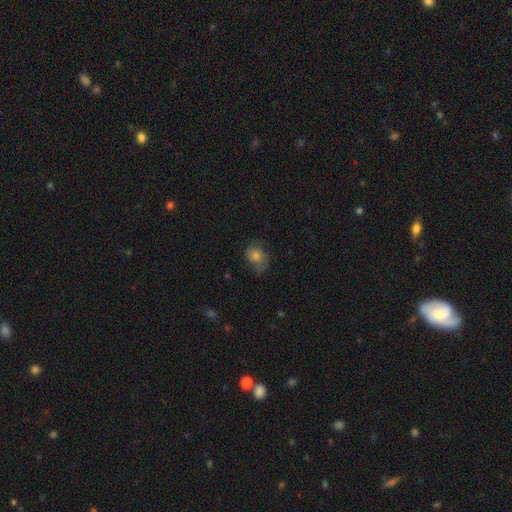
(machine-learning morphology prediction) A smooth galaxy with no disk features (61%) that is in between round and cigar-shaped (55%). Merging: none (52%).